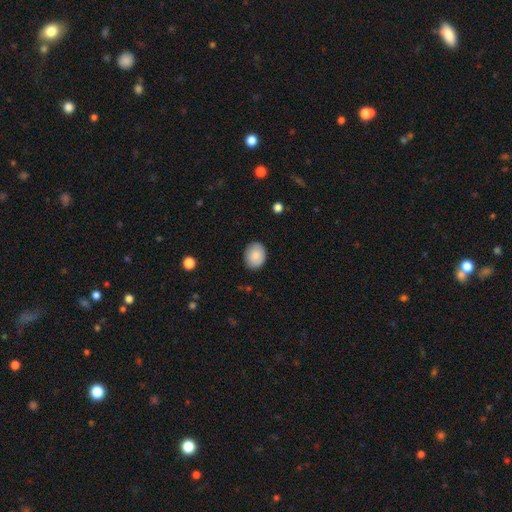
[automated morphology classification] This is clearly a smooth galaxy (85%). How rounded: possibly in between (53%). Merging: clearly none (86%).